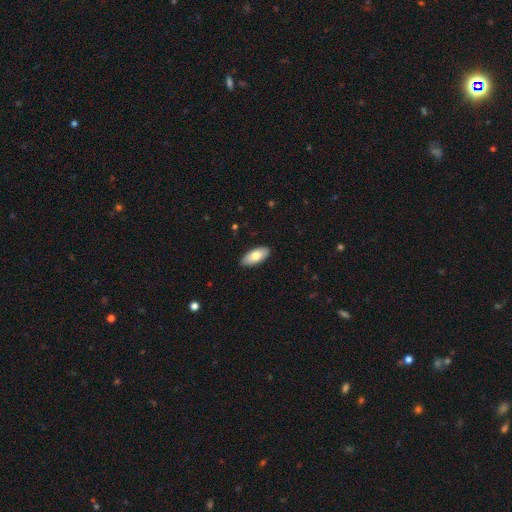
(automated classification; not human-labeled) smooth 78%, featured or disk 16%, star or artifact 6%. Down the decision tree: how rounded — in between (90%); merging — none (90%).